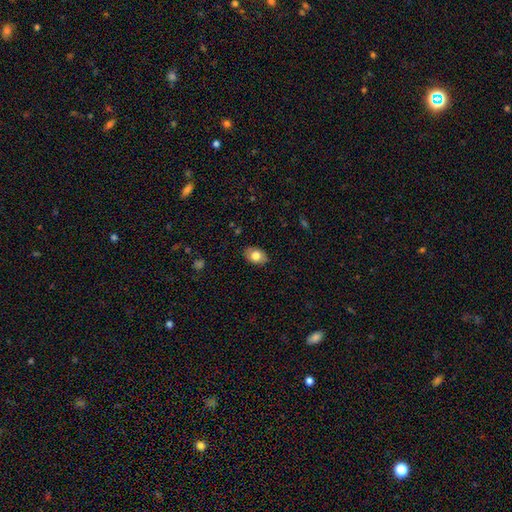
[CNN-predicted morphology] This is likely a smooth galaxy (75%). How rounded: clearly in between (84%). Merging: clearly none (85%).